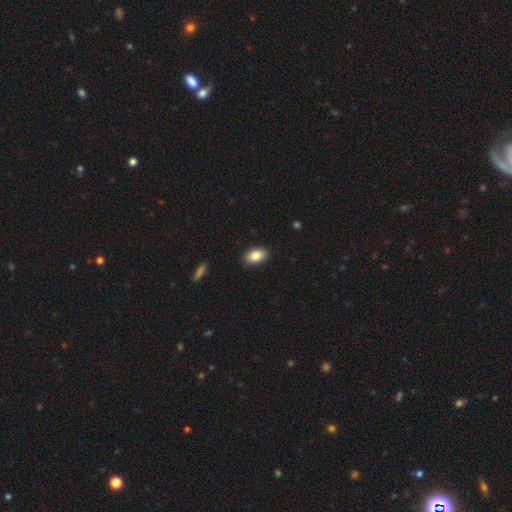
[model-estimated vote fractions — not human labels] Morphology: type=smooth (85%); roundness=in between (87%); merging=none (89%).